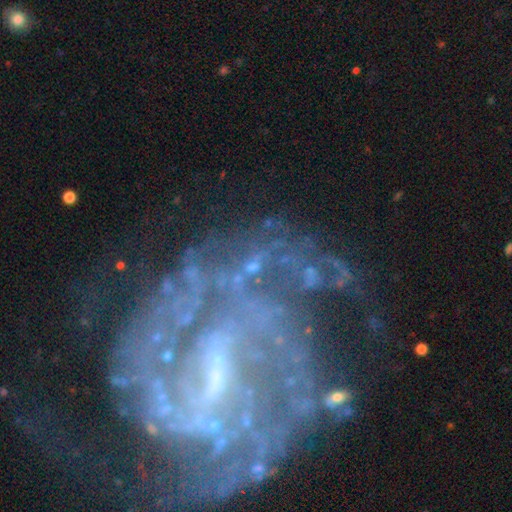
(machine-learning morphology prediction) Smooth or featured? Predicted: featured or disk (p=0.69). Edge-on disk? Predicted: no (p=0.96). Bar? Predicted: no (p=0.43). Spiral arms? Predicted: yes (p=0.75). Bulge size? Predicted: small (p=0.55). Merging? Predicted: none (p=0.54).